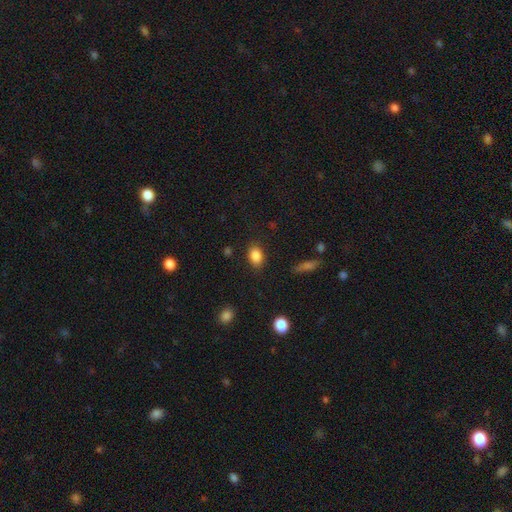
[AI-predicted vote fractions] smooth 86%, star or artifact 9%, featured or disk 5%. Down the decision tree: how rounded — in between (80%); merging — none (84%).